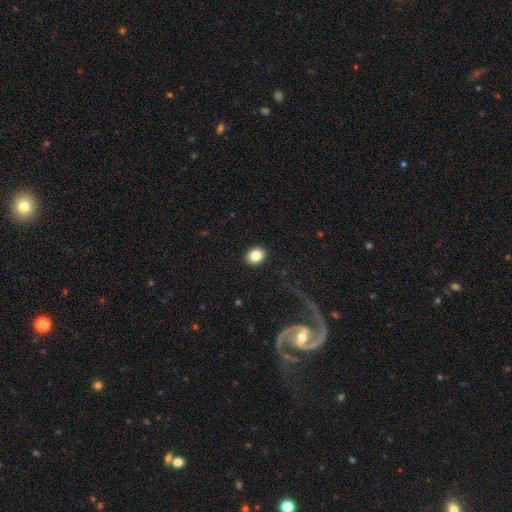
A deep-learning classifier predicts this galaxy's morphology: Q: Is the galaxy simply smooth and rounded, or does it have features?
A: smooth — 85%.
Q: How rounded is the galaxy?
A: round — 57%.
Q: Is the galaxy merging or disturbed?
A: none — 91%.